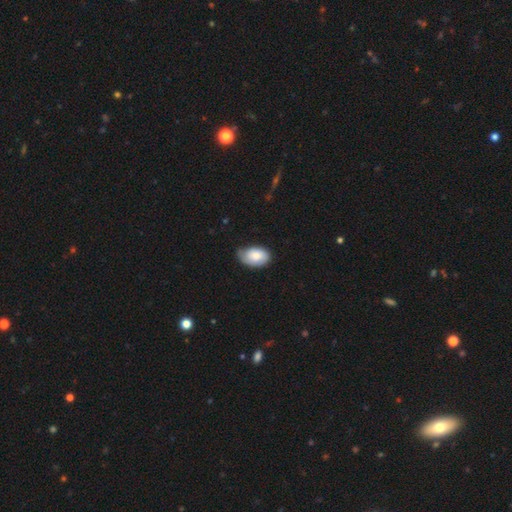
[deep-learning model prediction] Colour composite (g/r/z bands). It shows a smooth galaxy with no disk features (71%) that is in between round and cigar-shaped (89%). Merging: none (53%).